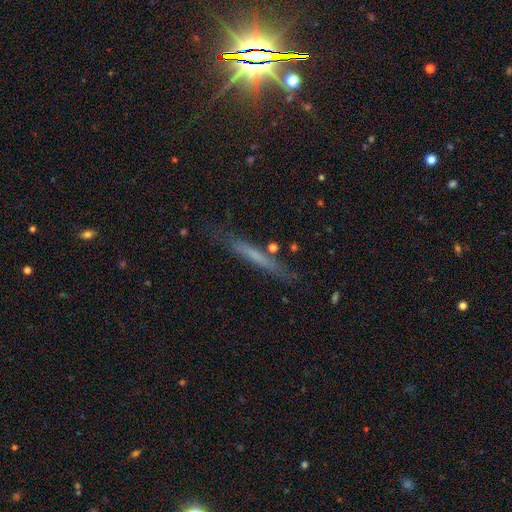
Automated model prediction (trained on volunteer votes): This is possibly a smooth galaxy (51%). How rounded: clearly cigar-shaped (94%). Merging: likely none (76%).